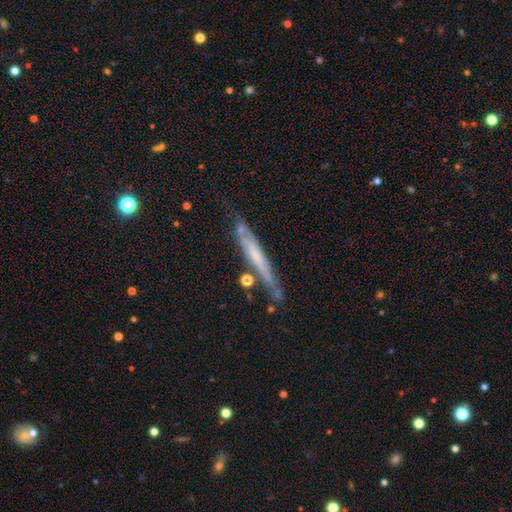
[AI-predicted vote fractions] Smooth or featured? featured or disk (60%)
Edge-on disk? yes (85%)
Edge-on bulge? none (73%)
Merging? none (66%)